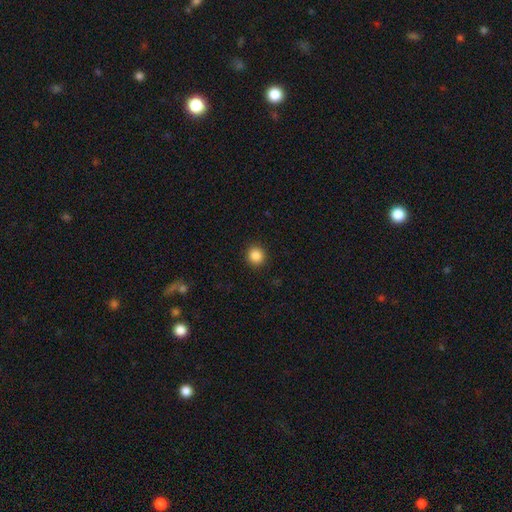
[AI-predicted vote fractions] Smooth or featured?
  - smooth: 87% *
  - star or artifact: 10%
  - featured or disk: 3%
How rounded?
  - round: 90% *
  - in between: 9%
  - cigar-shaped: 1%
Merging?
  - none: 92% *
  - minor disturbance: 5%
  - major disturbance: 2%
  - merger: 1%